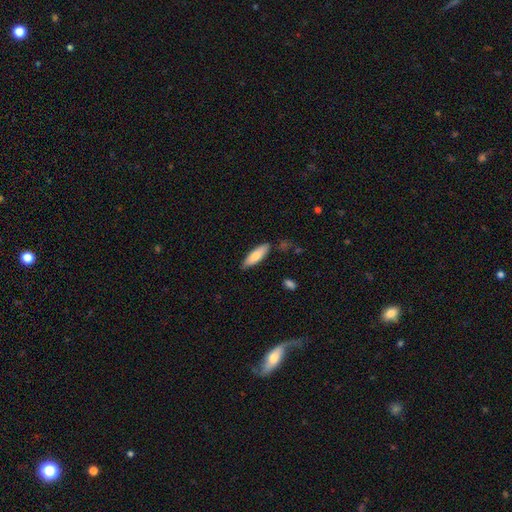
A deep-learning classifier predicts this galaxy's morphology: This appears to be a smooth galaxy with no disk features (76%) that is cigar-shaped (50%). Merging: none (82%).